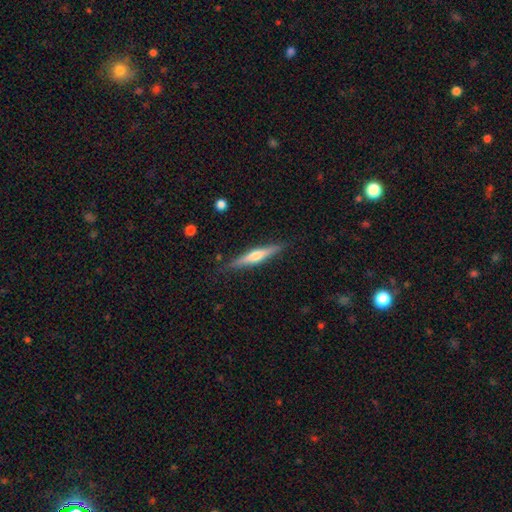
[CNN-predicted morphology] A featured or disk galaxy (55%) viewed edge-on (96%) with a rounded central bulge (80%). Merging: none (86%).